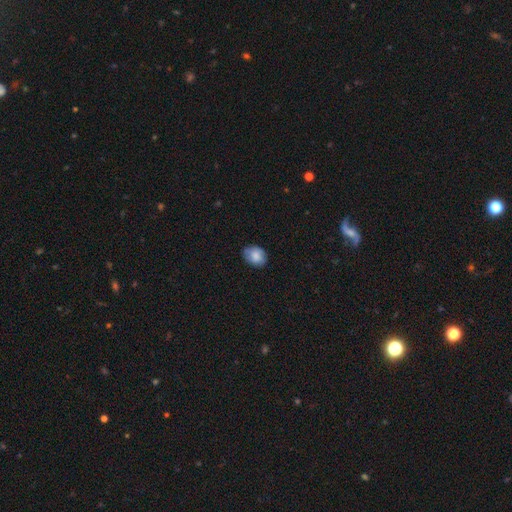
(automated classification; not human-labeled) This is clearly a smooth galaxy (81%). How rounded: likely in between (63%). Merging: likely none (74%).